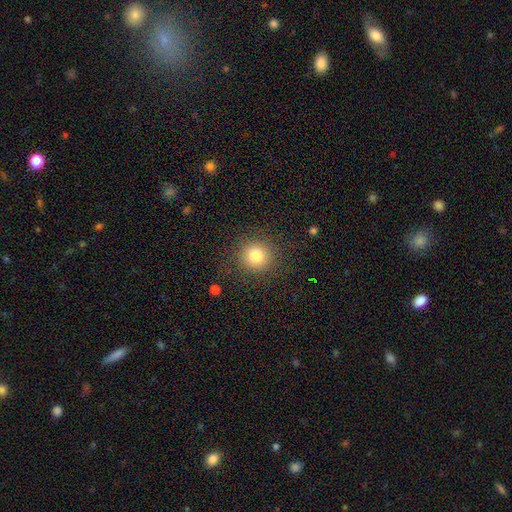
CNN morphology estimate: smooth 80%, star or artifact 12%, featured or disk 7%. Down the decision tree: how rounded — round (92%); merging — none (87%).